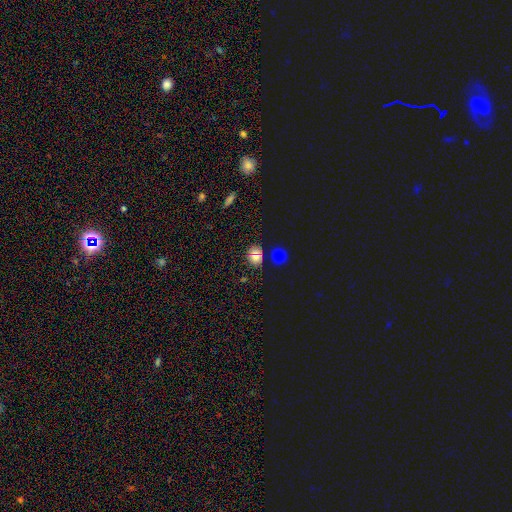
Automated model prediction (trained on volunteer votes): Overall: smooth (64%; star or artifact 26%). How rounded: round (69%). Merging: none (81%).